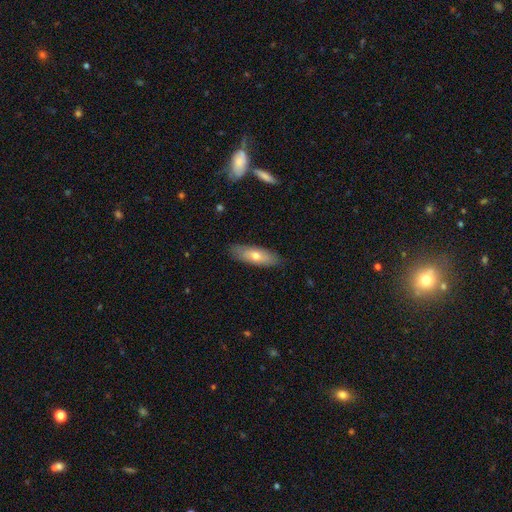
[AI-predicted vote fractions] This is likely a smooth galaxy (64%). How rounded: likely in between (64%). Merging: clearly none (84%).